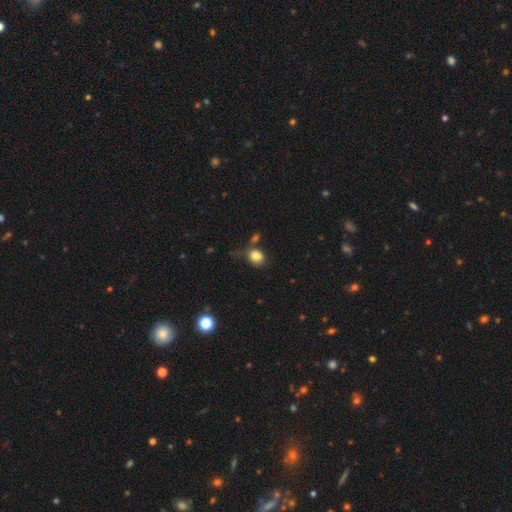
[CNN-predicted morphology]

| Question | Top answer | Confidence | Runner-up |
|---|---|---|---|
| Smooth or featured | smooth | 81% | star or artifact (11%) |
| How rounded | round | 63% | in between (36%) |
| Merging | none | 58% | minor disturbance (21%) |